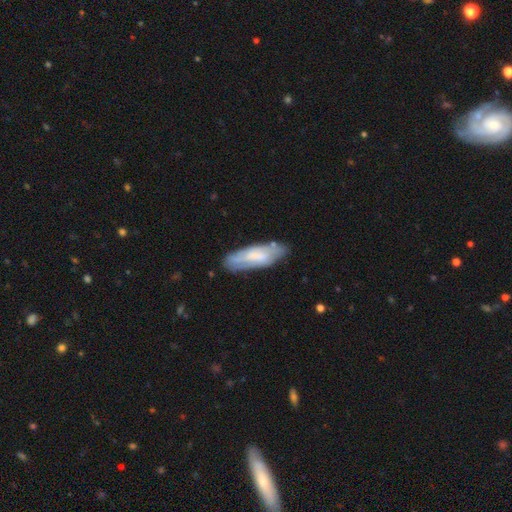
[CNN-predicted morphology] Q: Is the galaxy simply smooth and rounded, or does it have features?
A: smooth — 53%.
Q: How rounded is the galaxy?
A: in between — 55%.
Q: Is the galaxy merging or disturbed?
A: none — 68%.